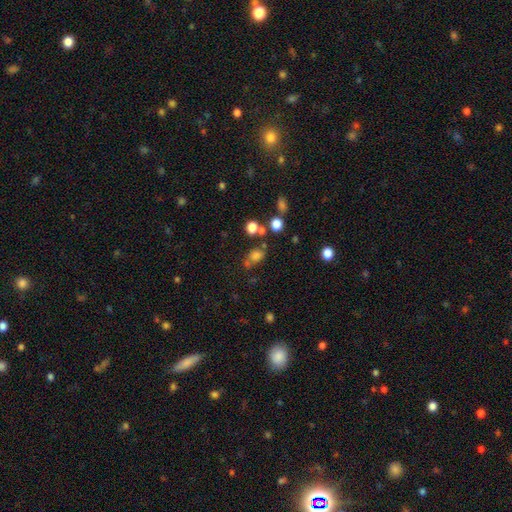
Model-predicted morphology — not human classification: Smooth or featured: smooth — 70% (star or artifact — 19%)
How rounded: in between — 61% (round — 37%)
Merging: none — 55% (merger — 19%)